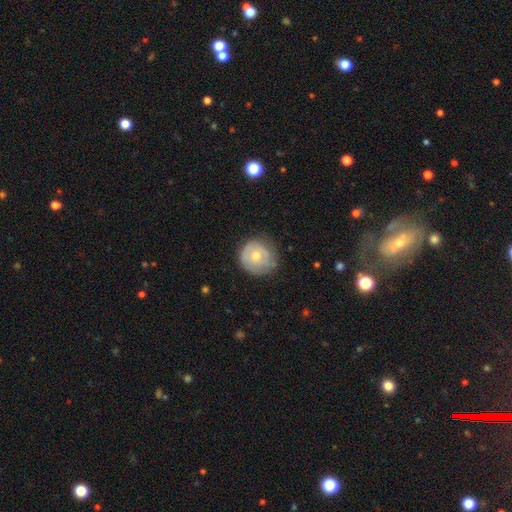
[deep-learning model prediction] Smooth or featured?
  - smooth: 58% *
  - featured or disk: 35%
  - star or artifact: 7%
How rounded?
  - round: 89% *
  - in between: 10%
  - cigar-shaped: 1%
Merging?
  - none: 69% *
  - minor disturbance: 23%
  - major disturbance: 6%
  - merger: 1%